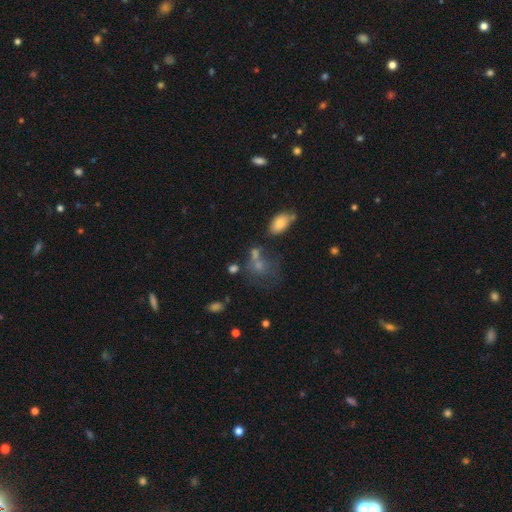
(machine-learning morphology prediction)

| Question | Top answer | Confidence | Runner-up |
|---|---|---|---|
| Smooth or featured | smooth | 53% | star or artifact (25%) |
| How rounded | in between | 56% | round (41%) |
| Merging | none | 47% | merger (23%) |